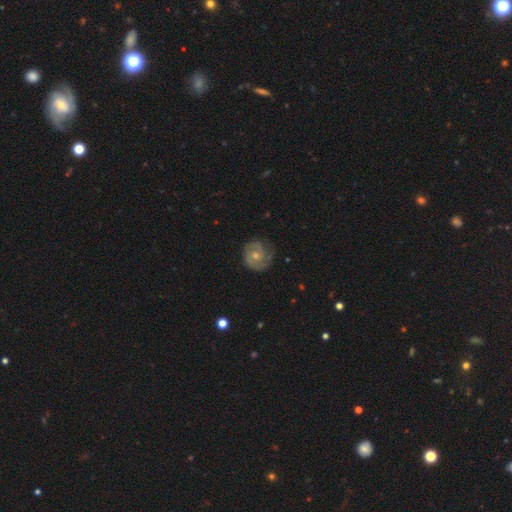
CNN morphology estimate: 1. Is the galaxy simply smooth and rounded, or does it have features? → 78% featured or disk, 16% smooth, 5% star or artifact.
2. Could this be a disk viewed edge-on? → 98% no, 2% yes.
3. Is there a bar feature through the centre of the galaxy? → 71% no, 25% weak, 3% strong.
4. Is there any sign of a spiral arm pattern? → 94% yes, 6% no.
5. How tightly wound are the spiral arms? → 57% tight, 35% medium, 8% loose.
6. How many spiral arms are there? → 61% 2, 14% can't tell, 13% 3, 6% 1, 3% 4, 2% more than 4.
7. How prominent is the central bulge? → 49% moderate, 45% small, 2% none, 2% large, 1% dominant.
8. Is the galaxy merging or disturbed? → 74% none, 19% minor disturbance, 7% major disturbance, 1% merger.